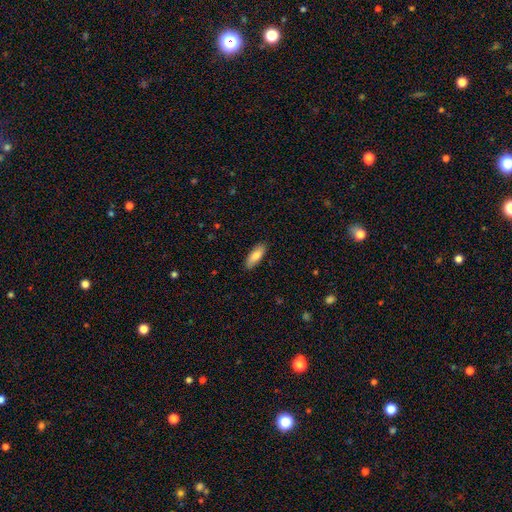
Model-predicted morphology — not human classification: Overall: smooth (81%). How rounded: in between (73%). Merging: none (86%).